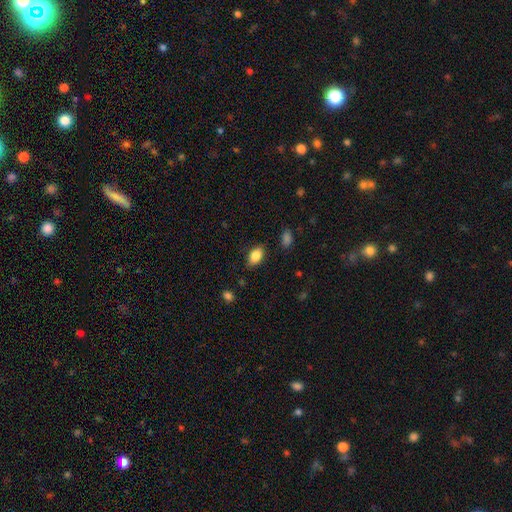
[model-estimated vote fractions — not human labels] Overall: smooth (84%). How rounded: in between (88%). Merging: none (84%).